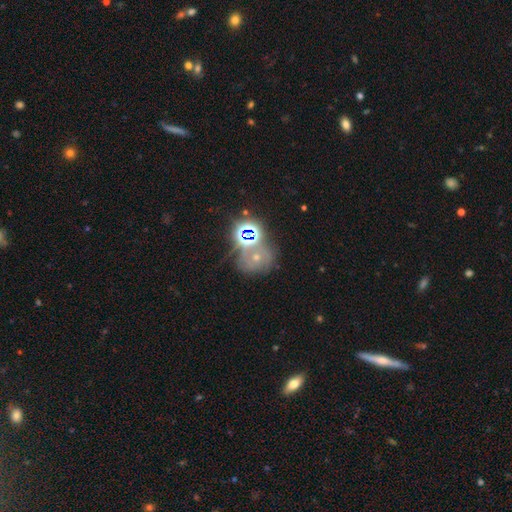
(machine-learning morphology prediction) Q: Smooth or featured?
A: star or artifact (53%); runner-up: featured or disk (25%)